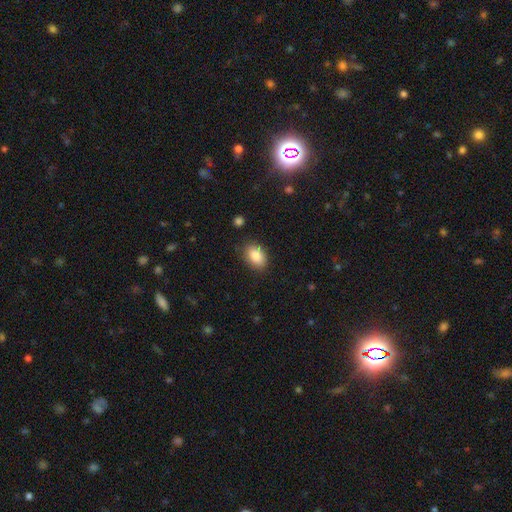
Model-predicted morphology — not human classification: smooth-or-featured: smooth: 86% | star or artifact: 8% | featured or disk: 6%
  how-rounded: in between: 84% | round: 15% | cigar-shaped: 1%
  merging: none: 82% | minor disturbance: 14% | major disturbance: 3% | merger: 1%